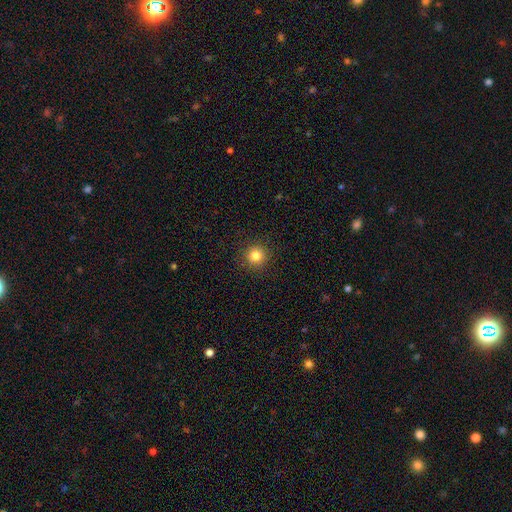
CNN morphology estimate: Q: Smooth or featured?
A: smooth (82%); runner-up: star or artifact (12%)
Q: How rounded?
A: round (95%); runner-up: in between (4%)
Q: Merging?
A: none (91%); runner-up: minor disturbance (5%)